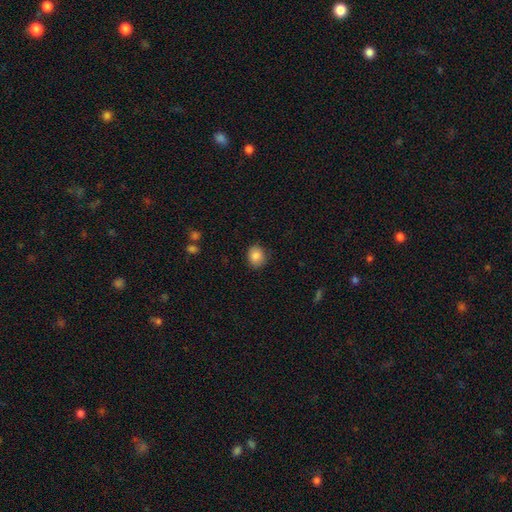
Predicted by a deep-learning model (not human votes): smooth 86%, star or artifact 9%, featured or disk 5%. Down the decision tree: how rounded — round (60%); merging — none (84%).